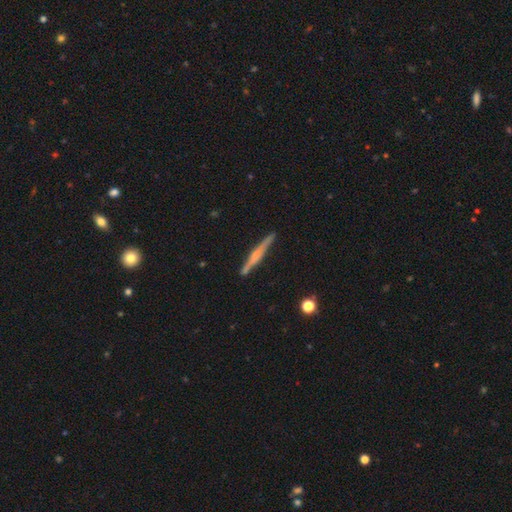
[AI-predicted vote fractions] Overall: featured or disk (67%). Edge-on disk: yes (97%). Edge-on bulge: rounded (60%; none 23%). Merging: none (87%).